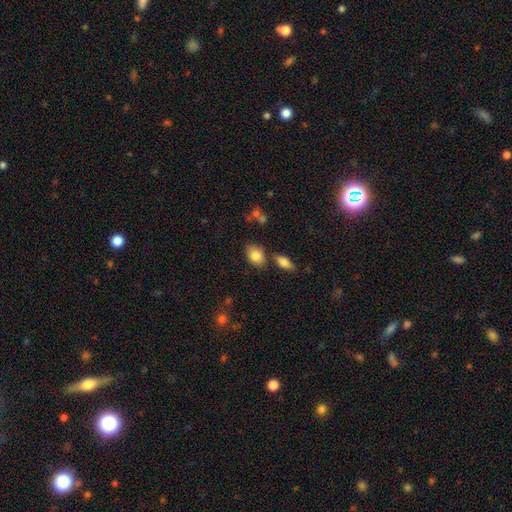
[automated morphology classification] Smooth or featured? smooth (83%)
How rounded? in between (81%)
Merging? none (73%)